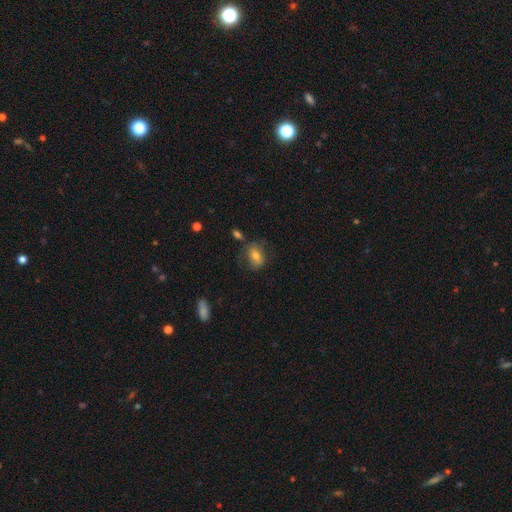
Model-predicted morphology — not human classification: Smooth or featured? smooth (67%)
How rounded? in between (72%)
Merging? none (60%)